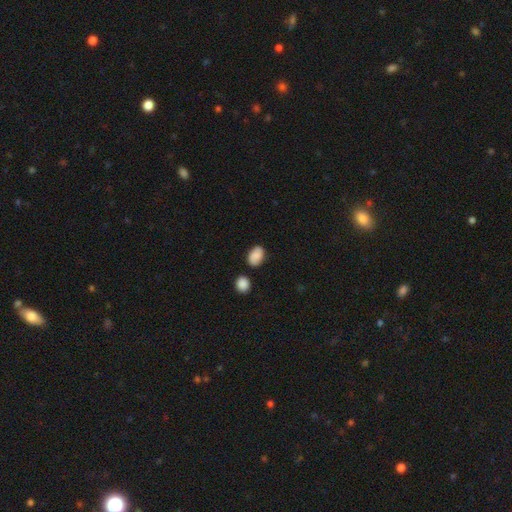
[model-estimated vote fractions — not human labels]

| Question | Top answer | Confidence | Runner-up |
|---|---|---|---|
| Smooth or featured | smooth | 86% | star or artifact (8%) |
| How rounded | in between | 87% | round (12%) |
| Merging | none | 76% | minor disturbance (14%) |